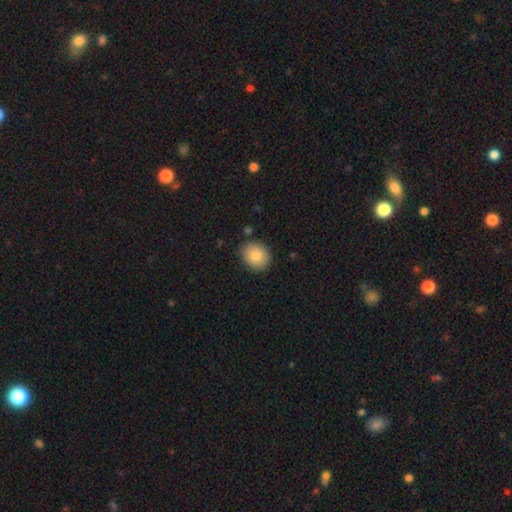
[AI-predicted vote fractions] smooth-or-featured: smooth: 82% | featured or disk: 9% | star or artifact: 8%
  how-rounded: round: 70% | in between: 29% | cigar-shaped: 1%
  merging: none: 86% | minor disturbance: 10% | major disturbance: 2% | merger: 2%